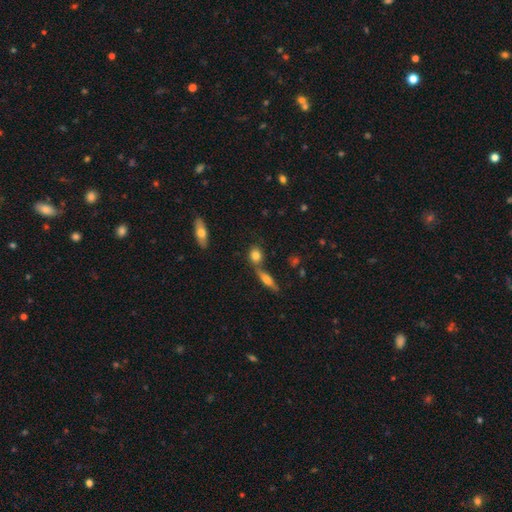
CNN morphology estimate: smooth-or-featured: smooth: 78% | featured or disk: 13% | star or artifact: 9%
  how-rounded: round: 55% | in between: 37% | cigar-shaped: 8%
  merging: none: 59% | merger: 27% | minor disturbance: 10% | major disturbance: 3%